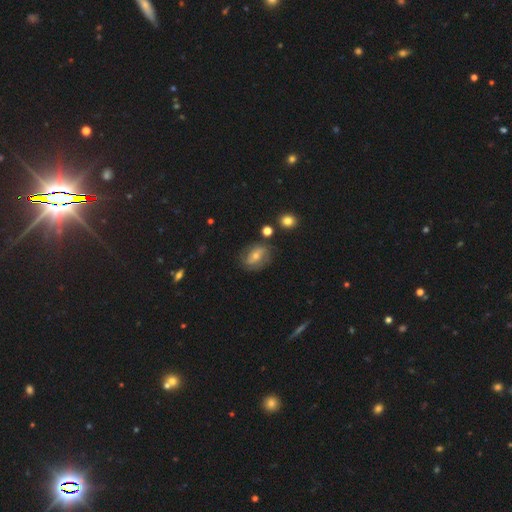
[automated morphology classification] This appears to be a featured or disk galaxy (54%) with no bar (44%), spiral arms (68%) and a moderate central bulge (50%). Merging: none (69%).